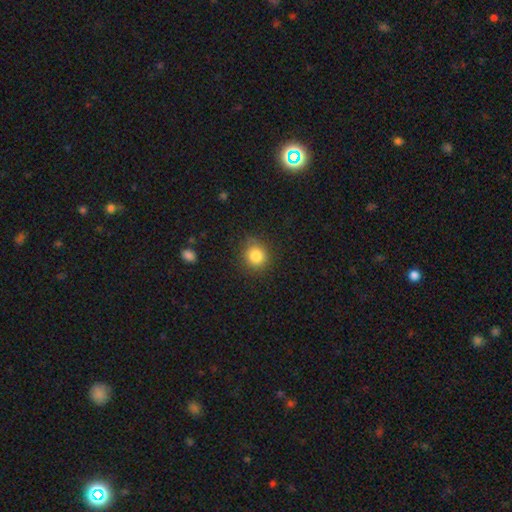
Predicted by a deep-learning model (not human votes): smooth 84%, star or artifact 10%, featured or disk 5%. Down the decision tree: how rounded — round (85%); merging — none (82%).